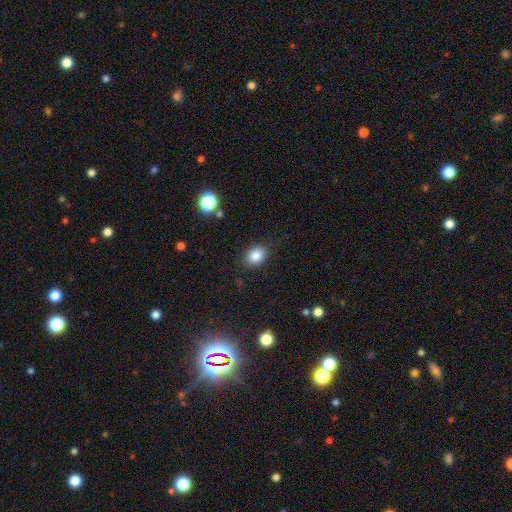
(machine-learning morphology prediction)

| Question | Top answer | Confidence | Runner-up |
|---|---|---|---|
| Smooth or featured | smooth | 84% | star or artifact (10%) |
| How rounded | in between | 58% | round (41%) |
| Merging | none | 85% | minor disturbance (10%) |